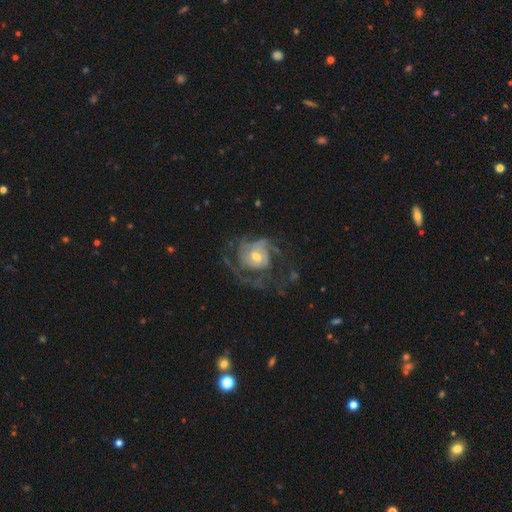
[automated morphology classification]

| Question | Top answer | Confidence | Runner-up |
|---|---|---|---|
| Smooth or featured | featured or disk | 81% | smooth (12%) |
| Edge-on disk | no | 98% | yes (2%) |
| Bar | no | 64% | weak (30%) |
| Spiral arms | yes | 88% | no (12%) |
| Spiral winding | tight | 41% | medium (40%) |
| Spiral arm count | can't tell | 33% | 2 (23%) |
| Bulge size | moderate | 61% | small (29%) |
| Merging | none | 50% | major disturbance (32%) |